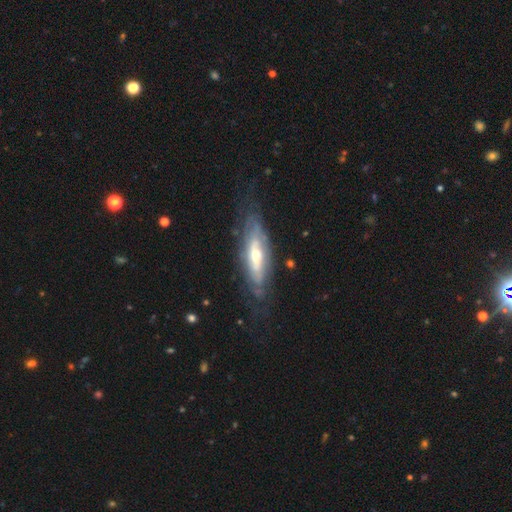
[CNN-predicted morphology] Q: Smooth or featured?
A: featured or disk (71%); runner-up: smooth (23%)
Q: Edge-on disk?
A: no (70%); runner-up: yes (30%)
Q: Merging?
A: none (64%); runner-up: minor disturbance (22%)